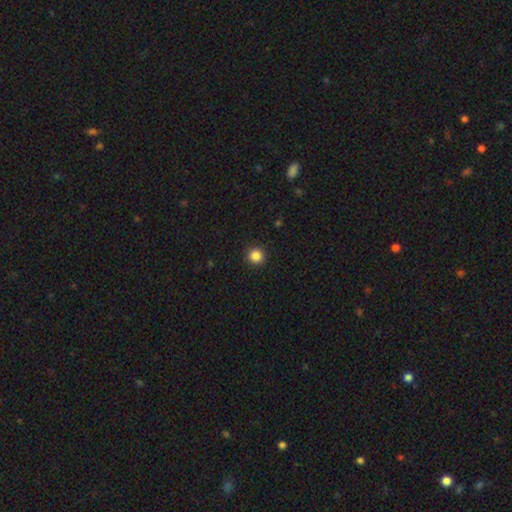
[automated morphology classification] Smooth or featured? Predicted: smooth (p=0.86). How rounded? Predicted: round (p=0.94). Merging? Predicted: none (p=0.93).